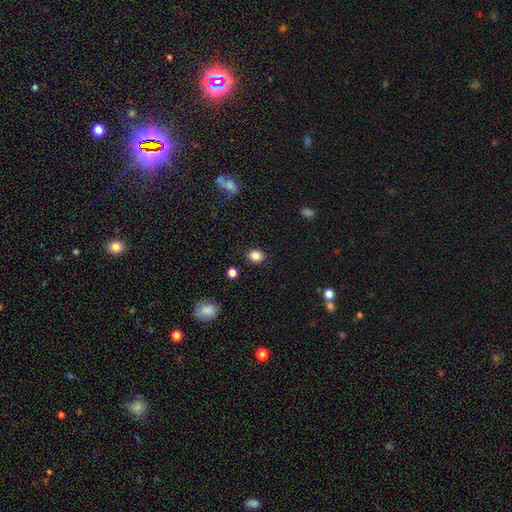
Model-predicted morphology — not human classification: The model was most divided on "how rounded": round: 59%, in between: 40%, cigar-shaped: 1%. More confident: merging — none (88%); smooth or featured — smooth (83%).